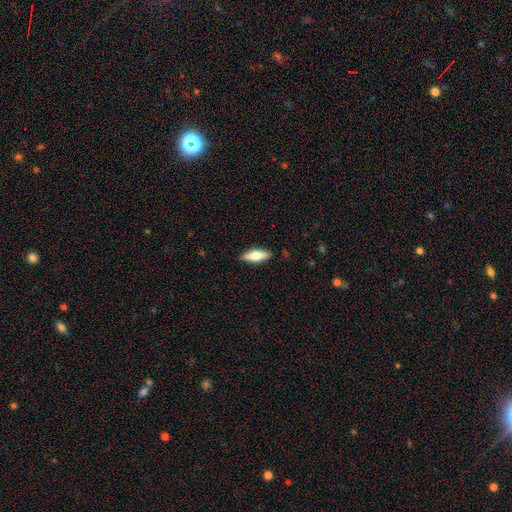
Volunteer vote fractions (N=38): Smooth or featured? smooth (68%)
How rounded? in between (50%, tied with cigar-shaped)
Merging? none (83%)